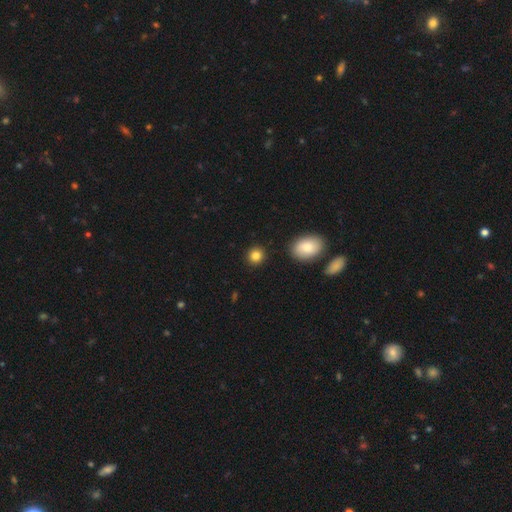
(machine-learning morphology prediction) The model was most divided on "how rounded": round: 86%, in between: 13%, cigar-shaped: 1%. More confident: merging — none (90%); smooth or featured — smooth (85%).